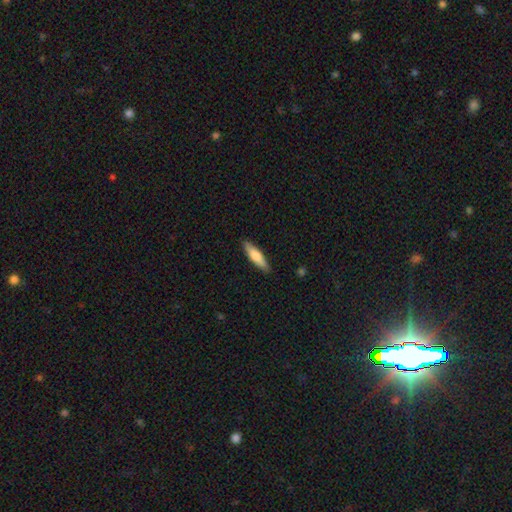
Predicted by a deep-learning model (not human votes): Smooth or featured? smooth (71%)
How rounded? cigar-shaped (72%)
Merging? none (89%)